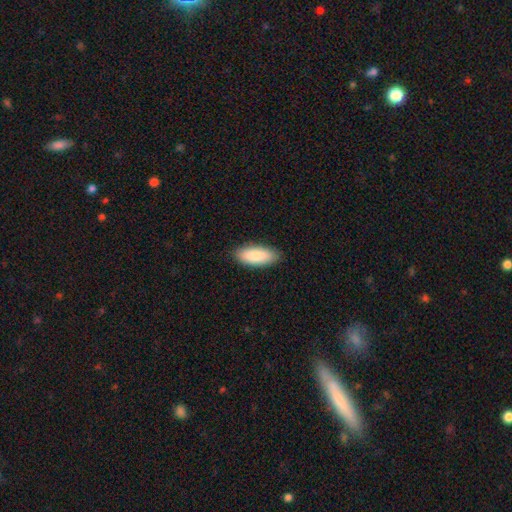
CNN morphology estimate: A smooth galaxy with no disk features (86%) that is in between round and cigar-shaped (78%). Merging: none (89%).